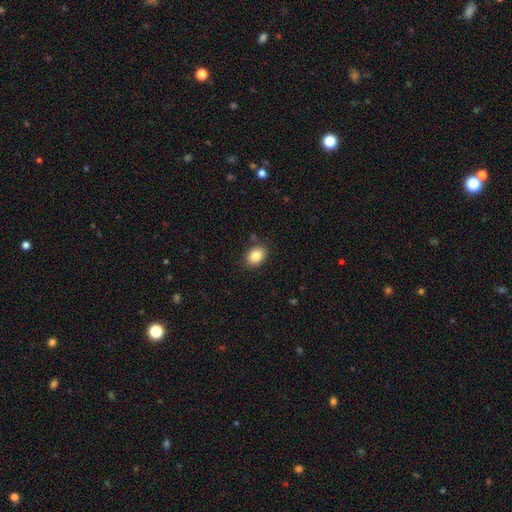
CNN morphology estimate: smooth-or-featured: smooth: 86% | star or artifact: 9% | featured or disk: 6%
  how-rounded: in between: 62% | round: 37% | cigar-shaped: 1%
  merging: none: 86% | minor disturbance: 9% | major disturbance: 2% | merger: 2%